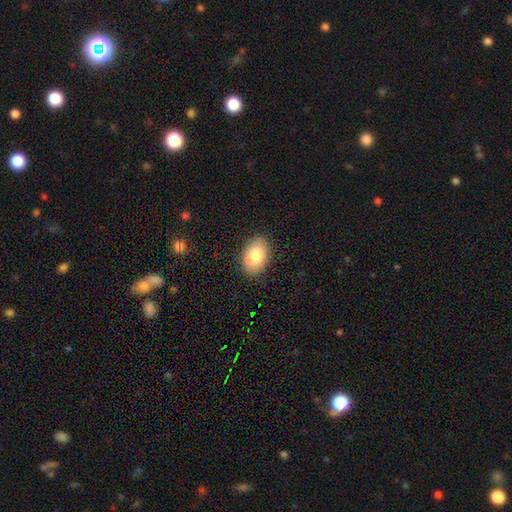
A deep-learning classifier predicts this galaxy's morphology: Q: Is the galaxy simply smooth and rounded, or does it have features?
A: smooth — 82%.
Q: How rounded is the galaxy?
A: in between — 89%.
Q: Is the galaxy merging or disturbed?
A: none — 86%.